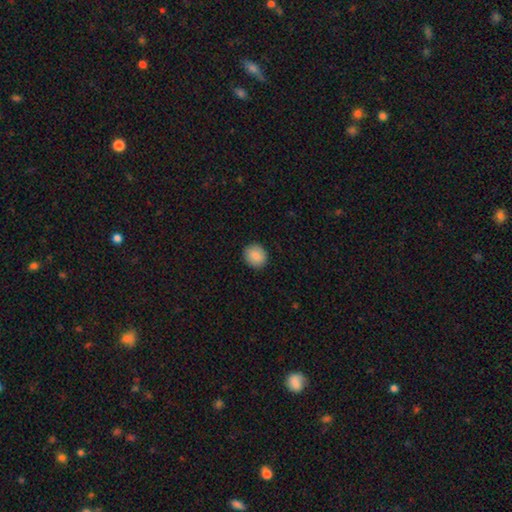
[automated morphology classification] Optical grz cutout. It shows a smooth galaxy with no disk features (86%) that is round (82%). Merging: none (90%).